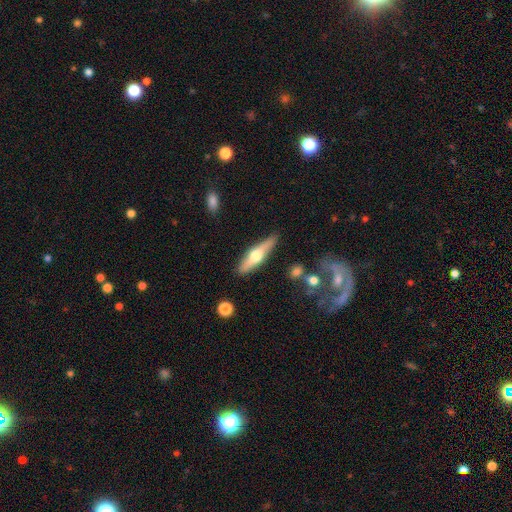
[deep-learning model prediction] A featured or disk galaxy (58%) viewed edge-on (94%) with a rounded central bulge (95%). Merging: none (86%).